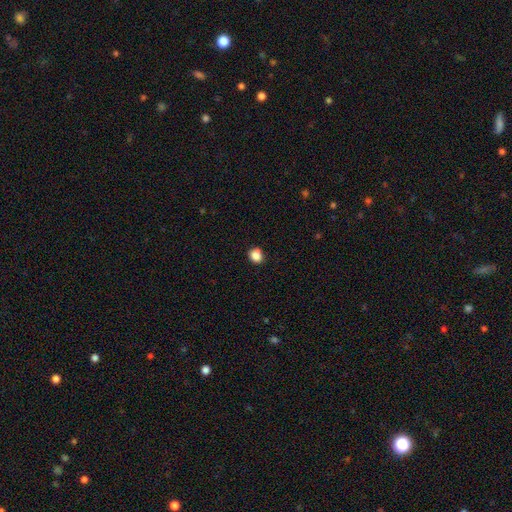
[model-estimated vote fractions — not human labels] A smooth galaxy with no disk features (87%) that is round (74%). Merging: none (88%).